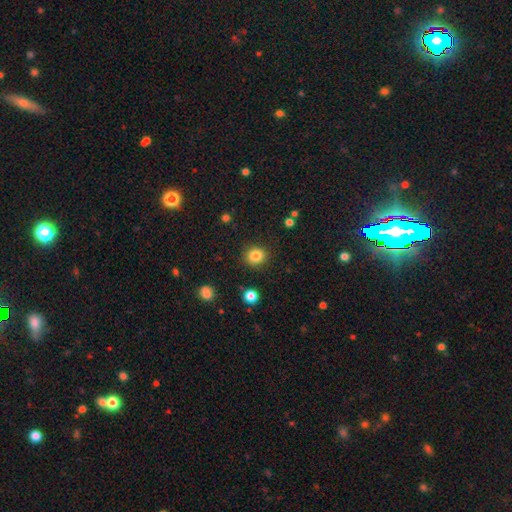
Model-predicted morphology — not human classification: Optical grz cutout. It shows a smooth galaxy with no disk features (84%) that is round (83%). Merging: none (89%).